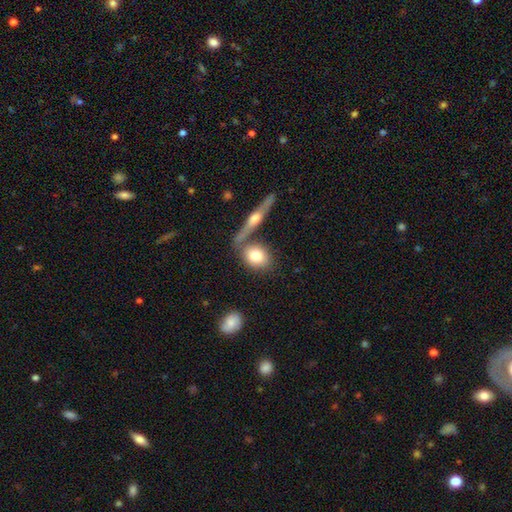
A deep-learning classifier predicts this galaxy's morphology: A smooth galaxy with no disk features (76%) that is in between round and cigar-shaped (49%).

Vote fractions:
- Smooth or featured? smooth: 76% / featured or disk: 17% / star or artifact: 7%
- How rounded? in between: 49% / round: 46% / cigar-shaped: 5%
- Merging? none: 61% / merger: 23% / minor disturbance: 12% / major disturbance: 4%